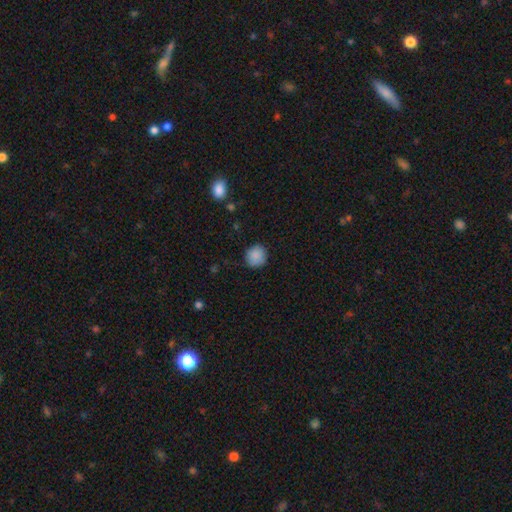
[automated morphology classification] smooth 87%, star or artifact 9%, featured or disk 4%. Down the decision tree: how rounded — round (89%); merging — none (84%).